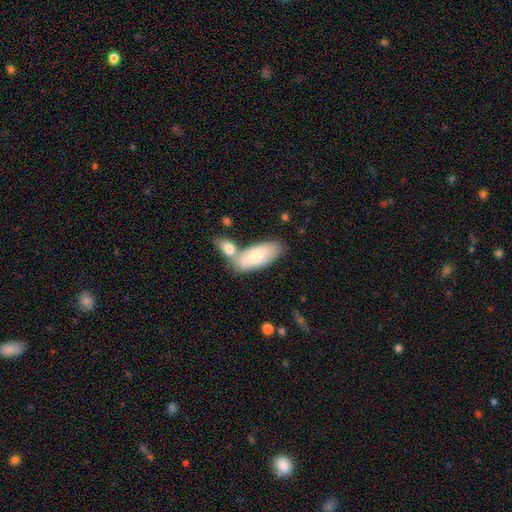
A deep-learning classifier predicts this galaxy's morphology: Smooth or featured?
  - smooth: 75% *
  - featured or disk: 20%
  - star or artifact: 6%
How rounded?
  - in between: 82% *
  - cigar-shaped: 16%
  - round: 2%
Merging?
  - none: 50% *
  - merger: 32%
  - minor disturbance: 14%
  - major disturbance: 4%